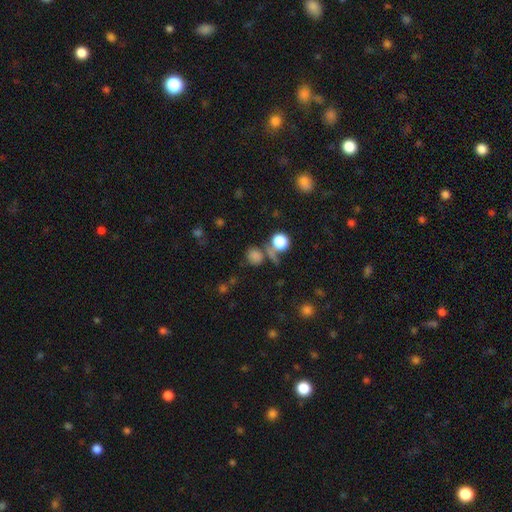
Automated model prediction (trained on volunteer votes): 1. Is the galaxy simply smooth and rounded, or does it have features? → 50% star or artifact, 39% smooth, 11% featured or disk.